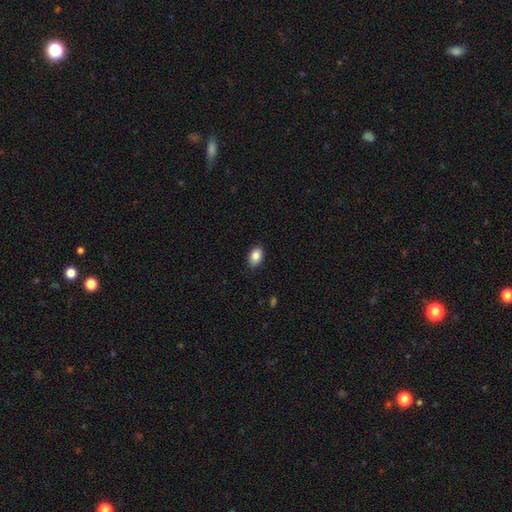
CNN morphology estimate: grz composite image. It shows a smooth galaxy with no disk features (87%) that is in between round and cigar-shaped (86%). Merging: none (88%).